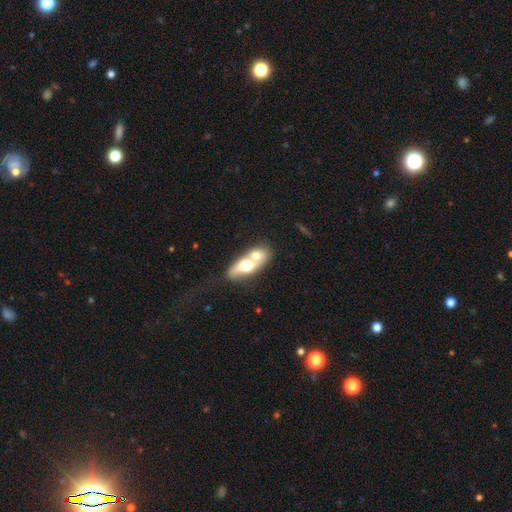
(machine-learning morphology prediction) smooth-or-featured: smooth: 54% | featured or disk: 39% | star or artifact: 7%
  how-rounded: in between: 68% | cigar-shaped: 17% | round: 15%
  merging: merger: 63% | none: 24% | minor disturbance: 8% | major disturbance: 5%